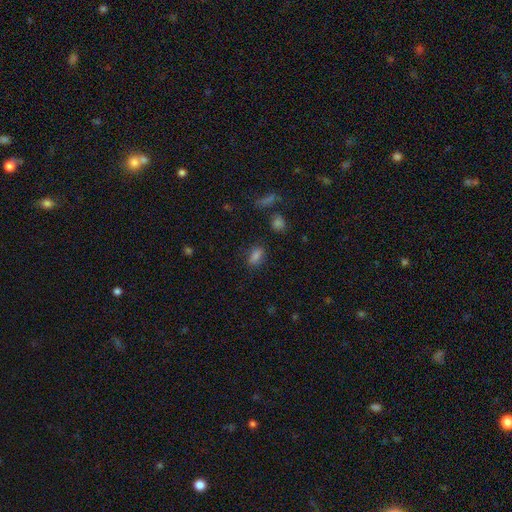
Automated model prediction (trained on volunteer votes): Smooth or featured? Predicted: smooth (p=0.78). How rounded? Predicted: in between (p=0.82). Merging? Predicted: none (p=0.77).